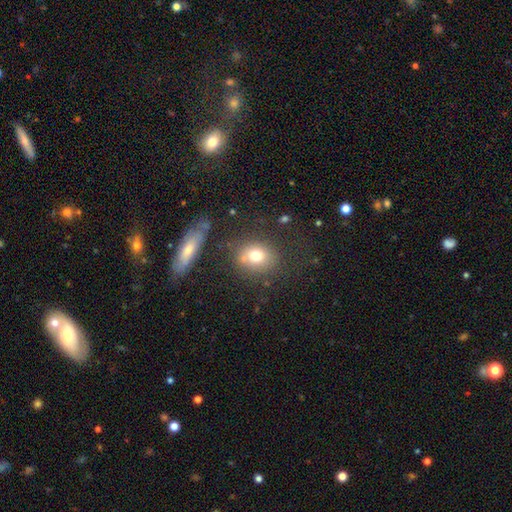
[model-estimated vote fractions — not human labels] A smooth galaxy with no disk features (74%) that is round (62%). Merging: none (68%).